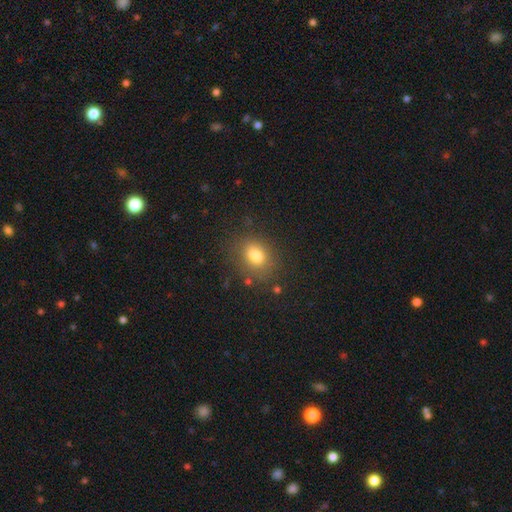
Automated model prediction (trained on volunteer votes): Smooth or featured?
  - smooth: 78% *
  - star or artifact: 12%
  - featured or disk: 10%
How rounded?
  - in between: 67% *
  - round: 31%
  - cigar-shaped: 2%
Merging?
  - none: 74% *
  - minor disturbance: 16%
  - major disturbance: 6%
  - merger: 5%